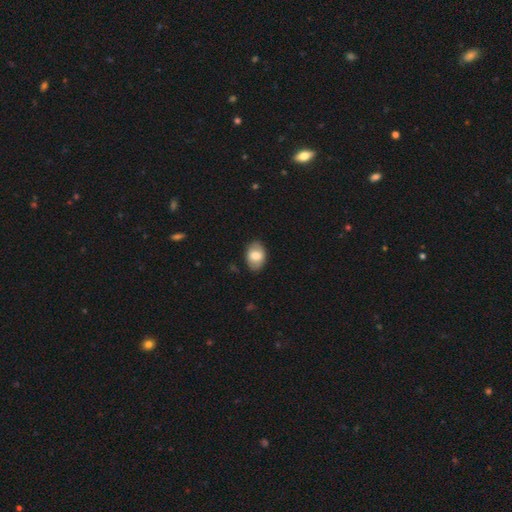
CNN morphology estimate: Smooth or featured? Predicted: smooth (p=0.73). How rounded? Predicted: in between (p=0.83). Merging? Predicted: none (p=0.83).